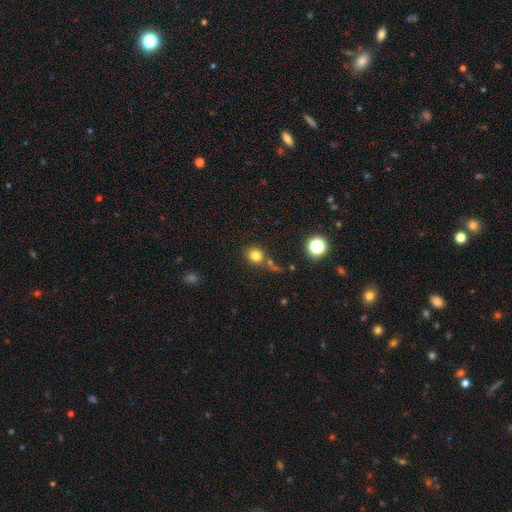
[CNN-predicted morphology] Smooth or featured? smooth (79%)
How rounded? round (80%)
Merging? none (65%)